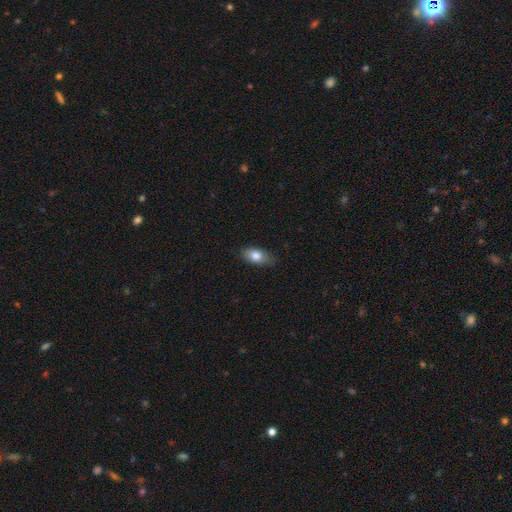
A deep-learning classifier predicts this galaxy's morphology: A smooth galaxy with no disk features (81%) that is in between round and cigar-shaped (88%). Merging: none (81%).